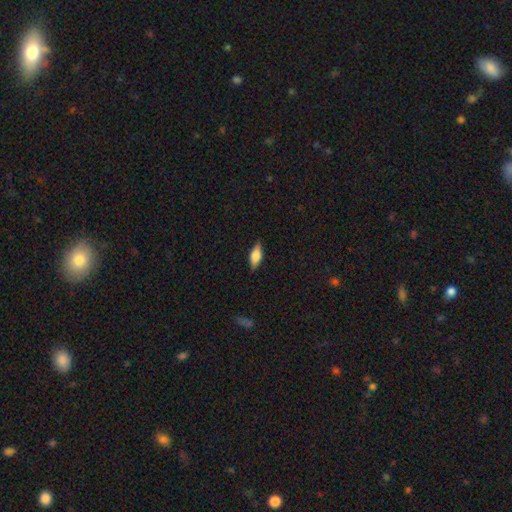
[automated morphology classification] Q: Smooth or featured?
A: smooth (61%); runner-up: featured or disk (32%)
Q: How rounded?
A: in between (70%); runner-up: cigar-shaped (26%)
Q: Merging?
A: none (85%); runner-up: minor disturbance (11%)